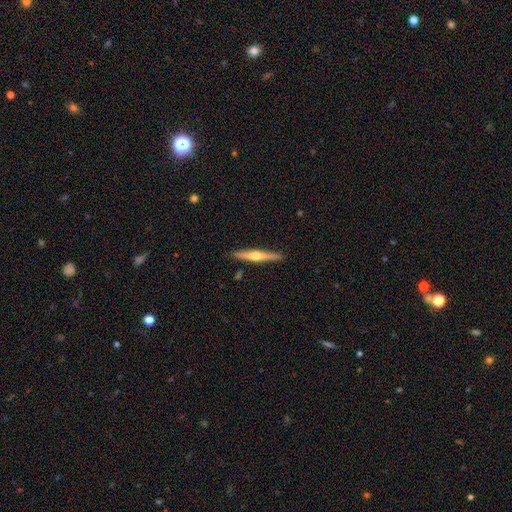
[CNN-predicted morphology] This is likely a featured or disk galaxy (62%). It is clearly viewed edge-on (97%). Edge-on bulge: clearly rounded (88%). Merging: clearly none (89%).